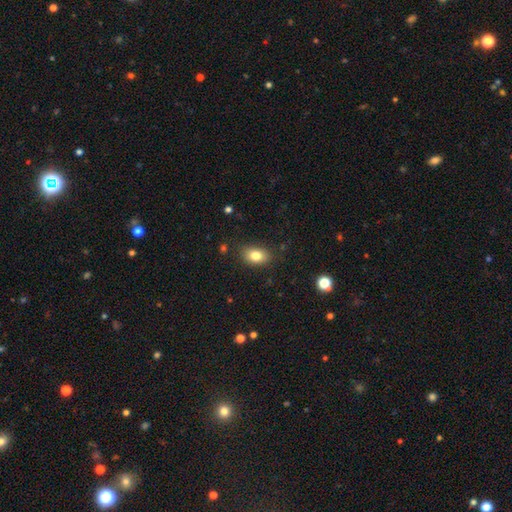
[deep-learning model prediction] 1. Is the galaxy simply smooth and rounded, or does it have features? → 81% smooth, 10% star or artifact, 9% featured or disk.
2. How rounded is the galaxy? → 84% in between, 15% round, 2% cigar-shaped.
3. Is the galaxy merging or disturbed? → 84% none, 12% minor disturbance, 3% major disturbance, 1% merger.